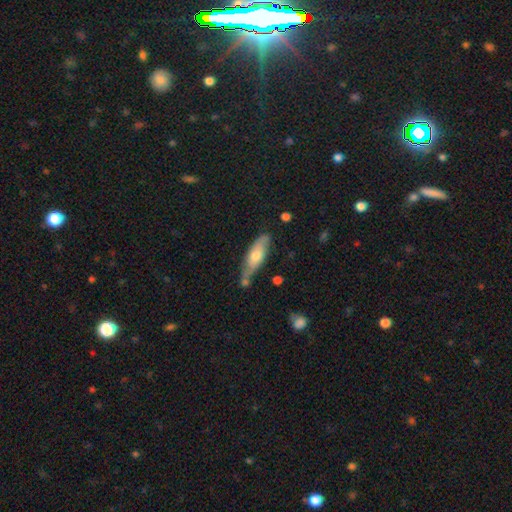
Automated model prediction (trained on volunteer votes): Smooth or featured?
  - smooth: 54% *
  - featured or disk: 40%
  - star or artifact: 6%
How rounded?
  - in between: 54% *
  - cigar-shaped: 44%
  - round: 2%
Merging?
  - none: 56% *
  - minor disturbance: 26%
  - merger: 11%
  - major disturbance: 7%